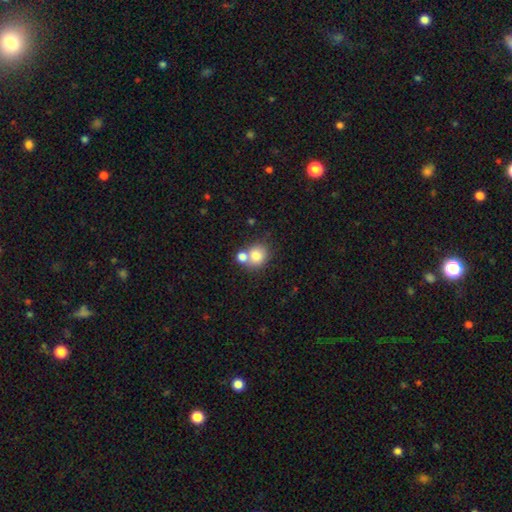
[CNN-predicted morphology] The model was most divided on "merging": none: 46%, merger: 42%, minor disturbance: 9%, major disturbance: 4%. More confident: smooth or featured — smooth (79%); how rounded — round (77%).